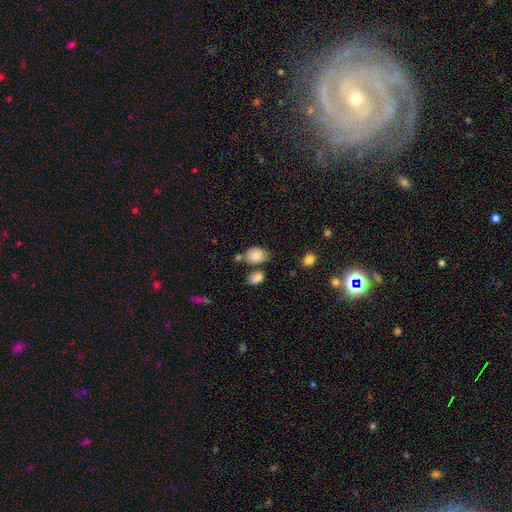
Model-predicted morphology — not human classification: Smooth or featured? smooth (83%)
How rounded? in between (73%)
Merging? none (53%)